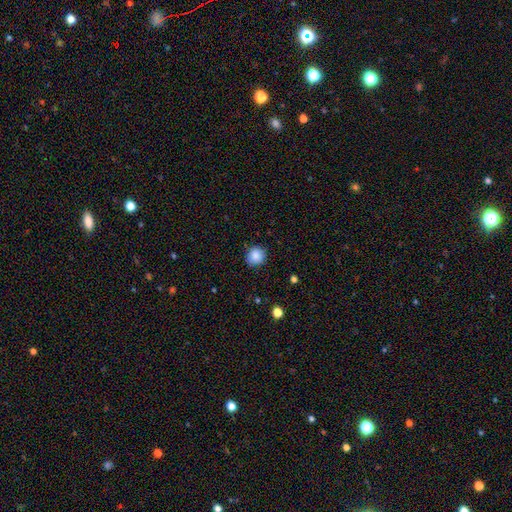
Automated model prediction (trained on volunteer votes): smooth_or_featured: smooth (p=0.87) [alt: star or artifact p=0.09]
how_rounded: round (p=0.91) [alt: in between p=0.08]
merging: none (p=0.87) [alt: minor disturbance p=0.10]